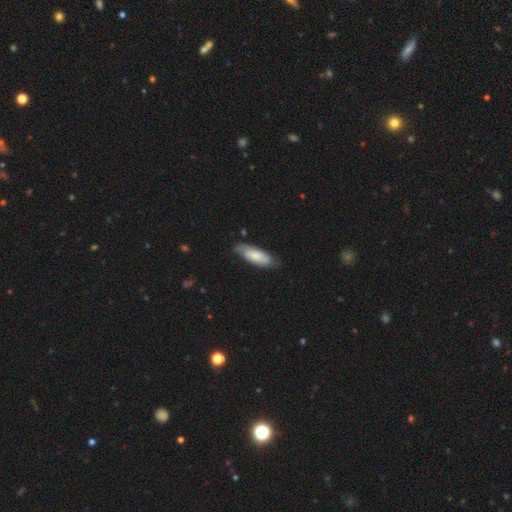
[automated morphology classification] smooth-or-featured: smooth: 63% | featured or disk: 31% | star or artifact: 5%
  how-rounded: in between: 66% | cigar-shaped: 32% | round: 2%
  merging: none: 73% | minor disturbance: 22% | major disturbance: 4% | merger: 2%